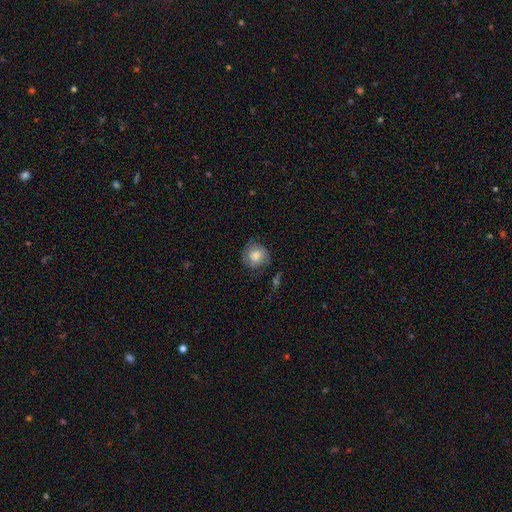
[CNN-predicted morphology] smooth_or_featured: featured or disk (p=0.46) [alt: smooth p=0.45]
merging: none (p=0.68) [alt: minor disturbance p=0.20]